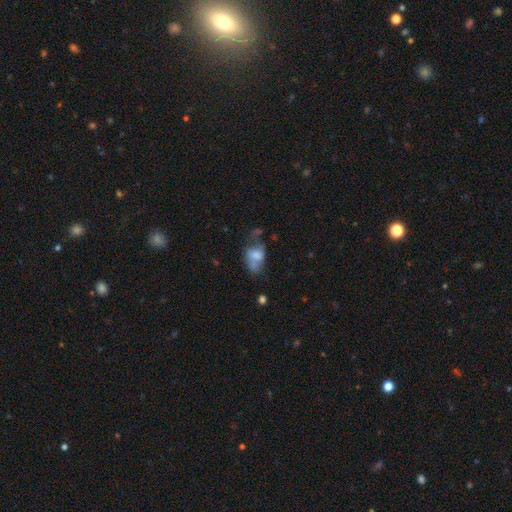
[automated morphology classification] The model was most divided on "merging": none: 28%, minor disturbance: 27%, major disturbance: 26%, merger: 19%. More confident: how rounded — in between (83%); smooth or featured — smooth (60%).